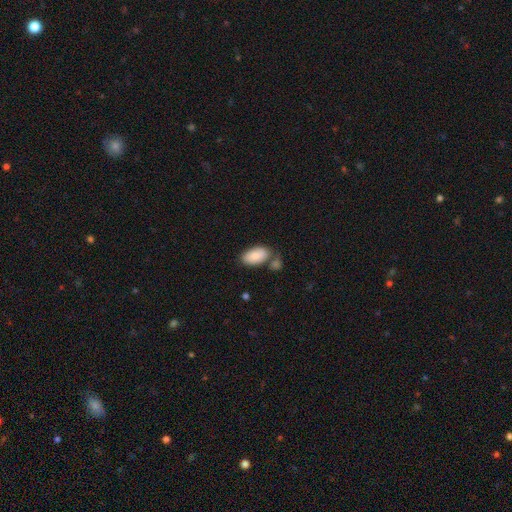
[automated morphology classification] smooth_or_featured: smooth (p=0.86) [alt: featured or disk p=0.08]
how_rounded: in between (p=0.95) [alt: round p=0.03]
merging: none (p=0.60) [alt: merger p=0.20]